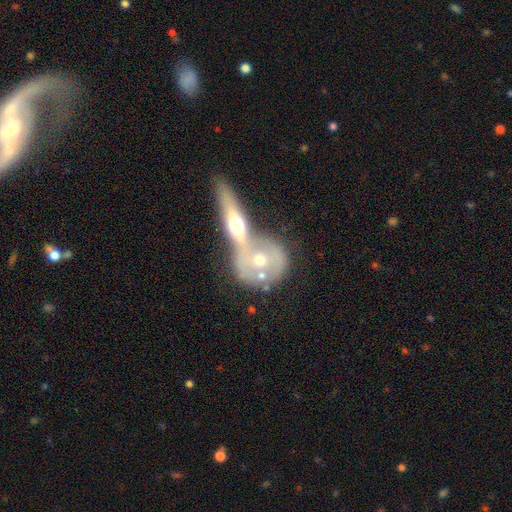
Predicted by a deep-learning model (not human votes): A featured or disk galaxy (71%). Merging: merger (51%).